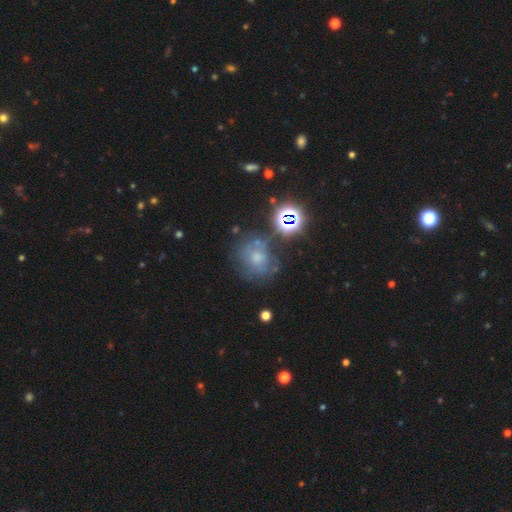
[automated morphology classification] type=smooth (38%); merging=none (58%).